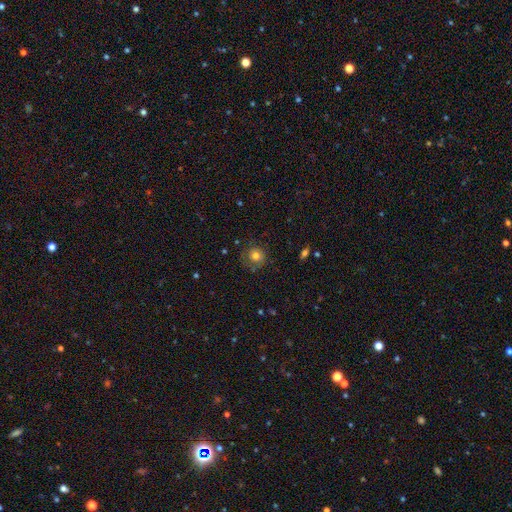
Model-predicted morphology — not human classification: A smooth galaxy with no disk features (70%) that is round (90%). Merging: none (71%).